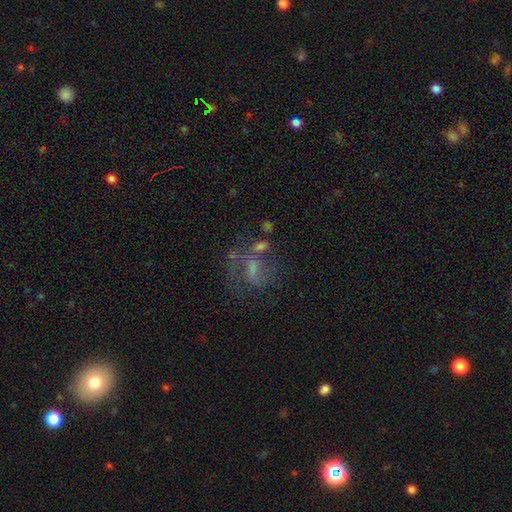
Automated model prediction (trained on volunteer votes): This appears to be a featured or disk galaxy (52%). Merging: none (49%).